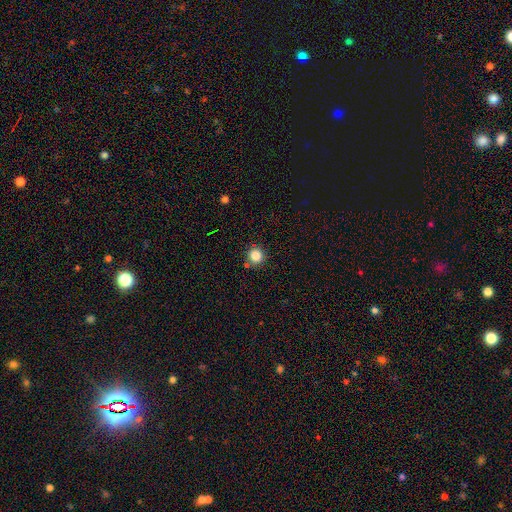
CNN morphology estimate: Overall: smooth (84%). How rounded: round (93%). Merging: none (85%).